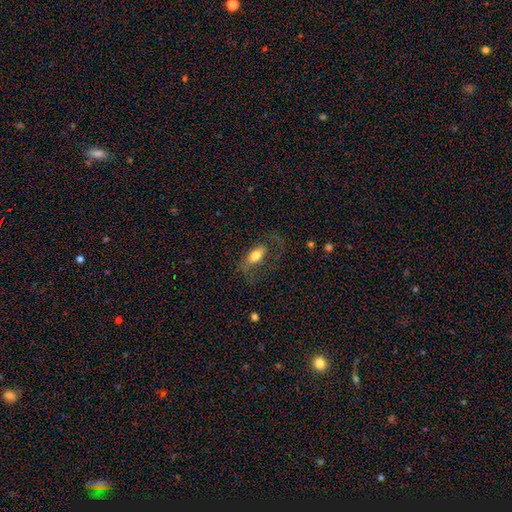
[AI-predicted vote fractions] This is possibly a smooth galaxy (58%). How rounded: clearly in between (84%). Merging: possibly none (49%).